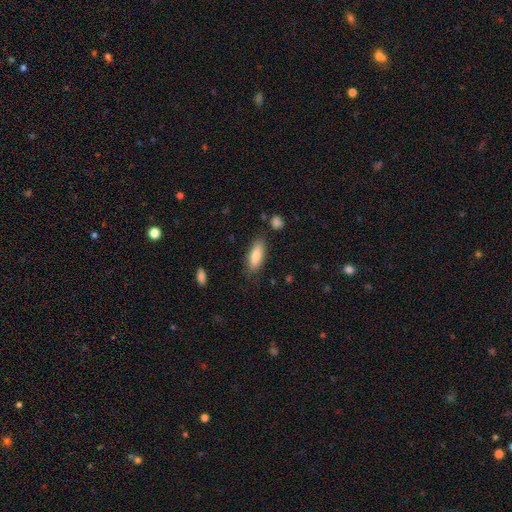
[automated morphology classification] Overall: smooth (82%). How rounded: in between (64%; cigar-shaped 34%). Merging: none (80%).